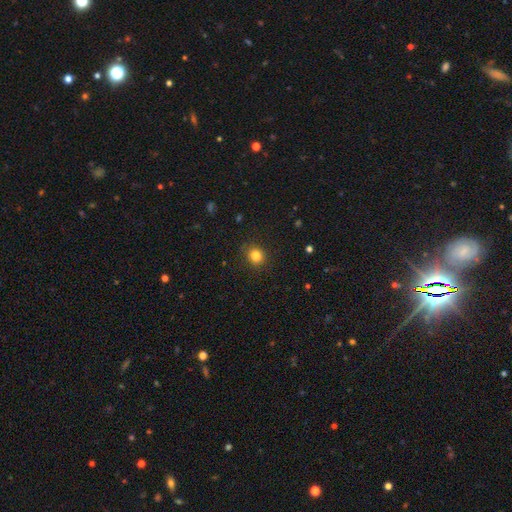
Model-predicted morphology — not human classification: smooth-or-featured: smooth: 82% | star or artifact: 12% | featured or disk: 6%
  how-rounded: round: 81% | in between: 18% | cigar-shaped: 1%
  merging: none: 88% | minor disturbance: 9% | major disturbance: 3% | merger: 1%